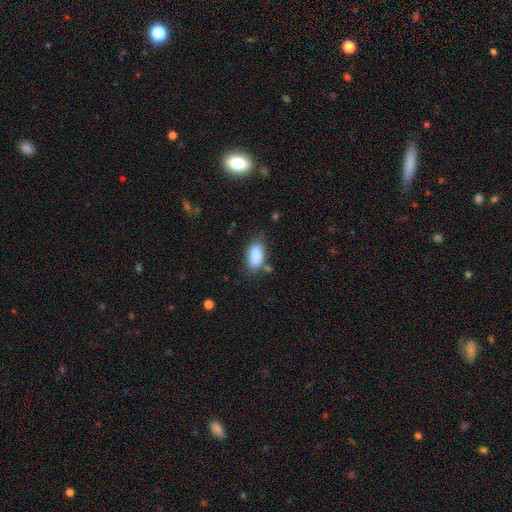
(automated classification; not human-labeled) Q: Smooth or featured?
A: smooth (87%); runner-up: star or artifact (7%)
Q: How rounded?
A: in between (92%); runner-up: cigar-shaped (5%)
Q: Merging?
A: none (67%); runner-up: minor disturbance (21%)